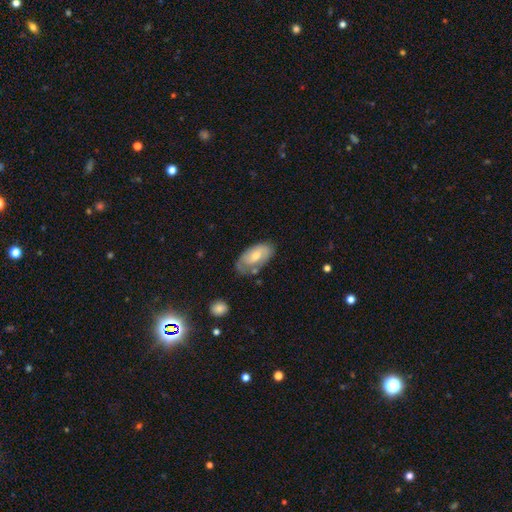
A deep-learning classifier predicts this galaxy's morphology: This is possibly a smooth galaxy (54%). How rounded: clearly in between (93%). Merging: possibly none (57%).